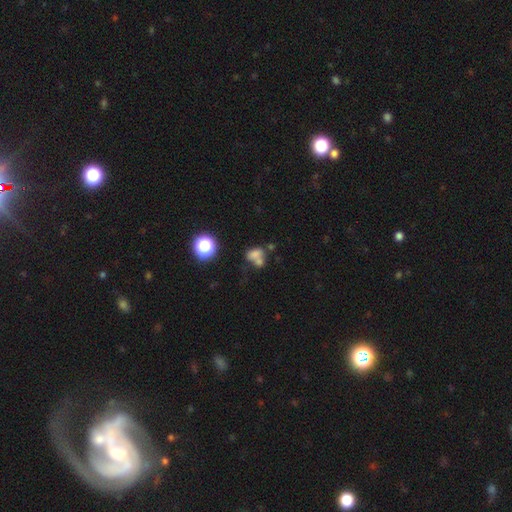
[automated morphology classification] A smooth galaxy with no disk features (64%) that is in between round and cigar-shaped (64%). Merging: merger (52%).